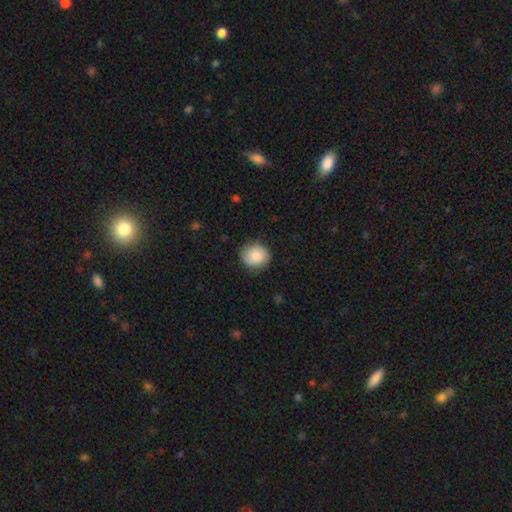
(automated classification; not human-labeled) Smooth or featured? smooth (80%)
How rounded? round (79%)
Merging? none (83%)